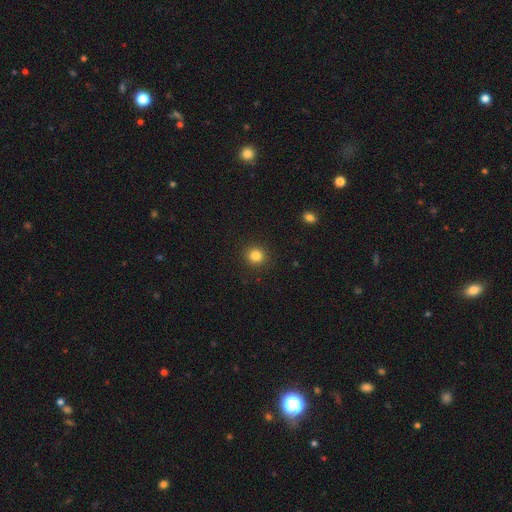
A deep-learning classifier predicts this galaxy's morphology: Smooth or featured? smooth (84%)
How rounded? round (91%)
Merging? none (92%)